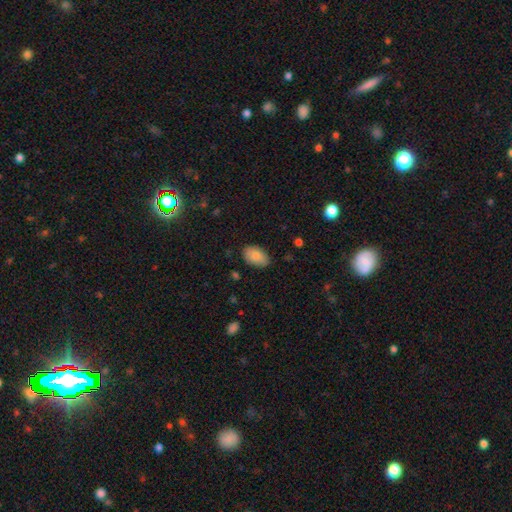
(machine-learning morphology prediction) This is clearly a smooth galaxy (86%). How rounded: clearly in between (91%). Merging: likely none (80%).